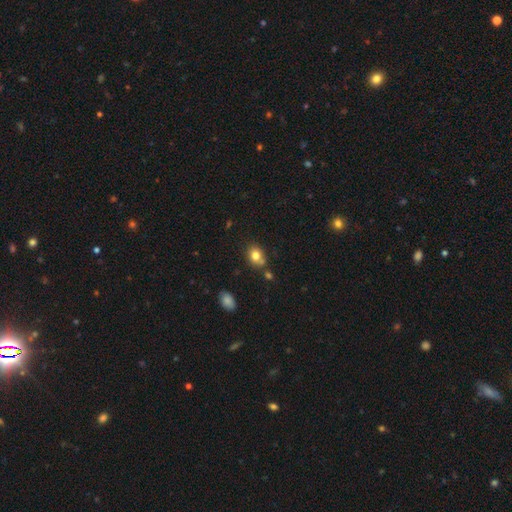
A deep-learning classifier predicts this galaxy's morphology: A smooth galaxy with no disk features (80%) that is in between round and cigar-shaped (52%). Merging: none (61%).